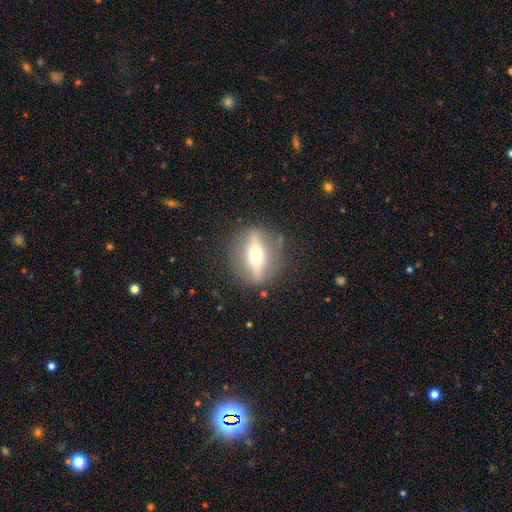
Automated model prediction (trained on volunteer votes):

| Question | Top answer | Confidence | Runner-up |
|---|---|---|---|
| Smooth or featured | featured or disk | 68% | smooth (25%) |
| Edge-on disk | yes | 71% | no (29%) |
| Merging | none | 84% | minor disturbance (10%) |